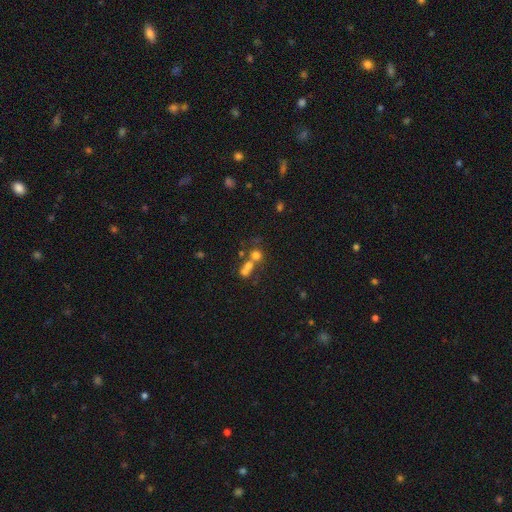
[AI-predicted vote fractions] This appears to be a smooth galaxy with no disk features (65%) that is round (79%). Merging: merger (52%).